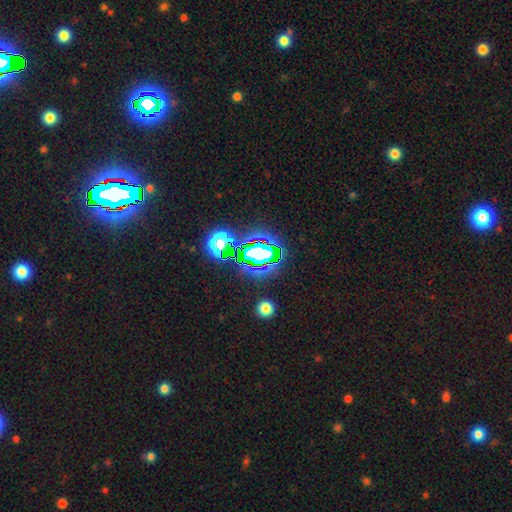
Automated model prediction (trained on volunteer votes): star or artifact 74%, smooth 15%, featured or disk 12%.